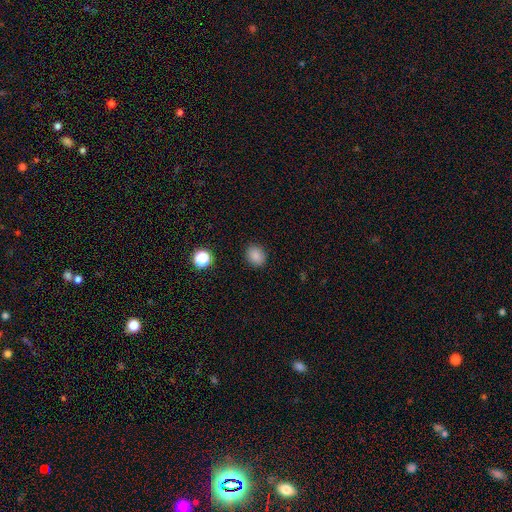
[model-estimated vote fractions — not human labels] Overall: smooth (84%). How rounded: round (63%; in between 37%). Merging: none (88%).